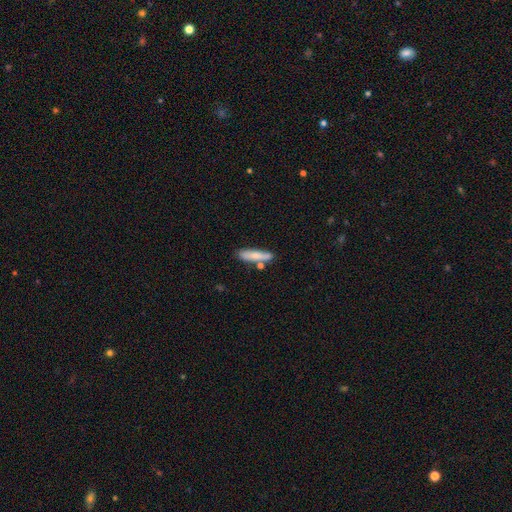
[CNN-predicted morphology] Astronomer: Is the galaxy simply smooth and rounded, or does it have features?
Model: smooth — 78%.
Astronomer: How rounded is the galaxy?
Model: cigar-shaped — 76%.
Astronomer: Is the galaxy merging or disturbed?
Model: none — 69%.